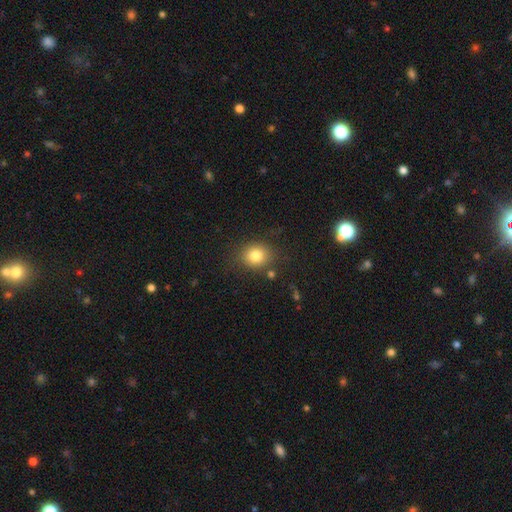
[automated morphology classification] A smooth galaxy with no disk features (80%) that is round (70%). Merging: none (81%).